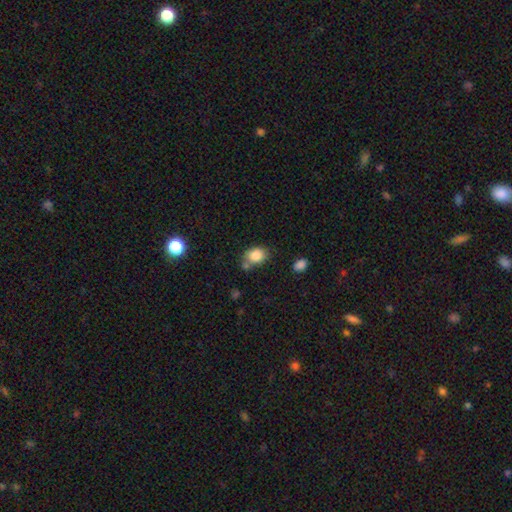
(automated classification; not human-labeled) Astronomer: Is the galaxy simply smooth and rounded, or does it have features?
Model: smooth — 84%.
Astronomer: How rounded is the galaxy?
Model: in between — 61% (runner-up: round, 37%).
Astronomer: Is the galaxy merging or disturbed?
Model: none — 59%.